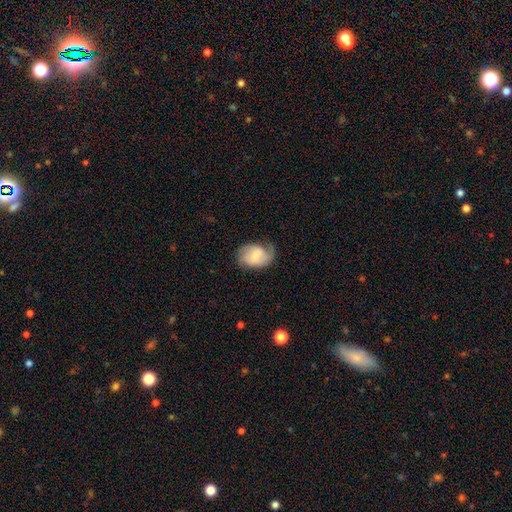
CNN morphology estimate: smooth-or-featured: featured or disk: 54% | smooth: 39% | star or artifact: 7%
  disk-edge-on: no: 97% | yes: 3%
    bar: weak: 49% | no: 38% | strong: 13%
    has-spiral-arms: yes: 87% | no: 13%
    bulge-size: small: 52% | moderate: 33% | none: 10% | large: 4% | dominant: 1%
  merging: none: 60% | minor disturbance: 26% | major disturbance: 12% | merger: 1%